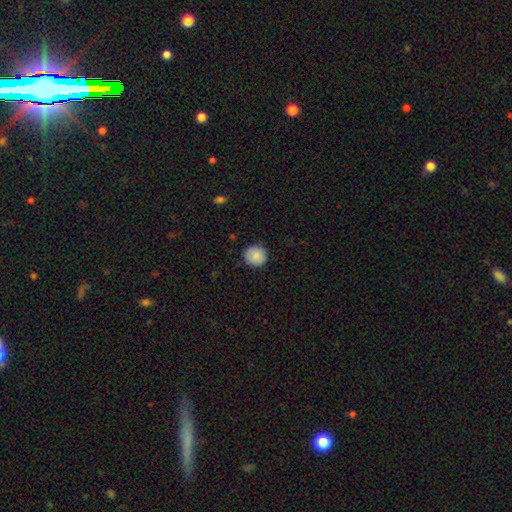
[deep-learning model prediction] This is clearly a smooth galaxy (87%). How rounded: clearly round (92%). Merging: clearly none (88%).